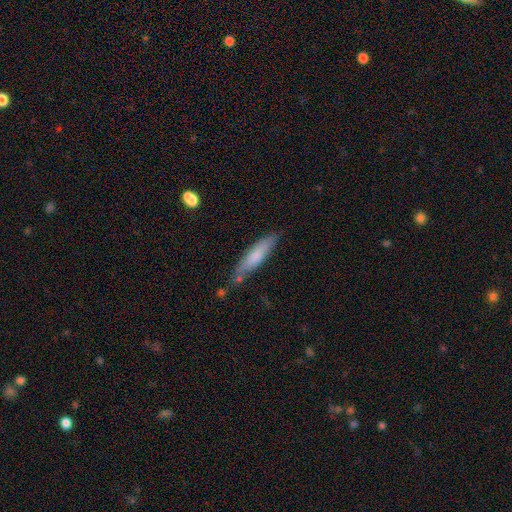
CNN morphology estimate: Smooth or featured? Predicted: smooth (p=0.70). How rounded? Predicted: cigar-shaped (p=0.81). Merging? Predicted: none (p=0.72).